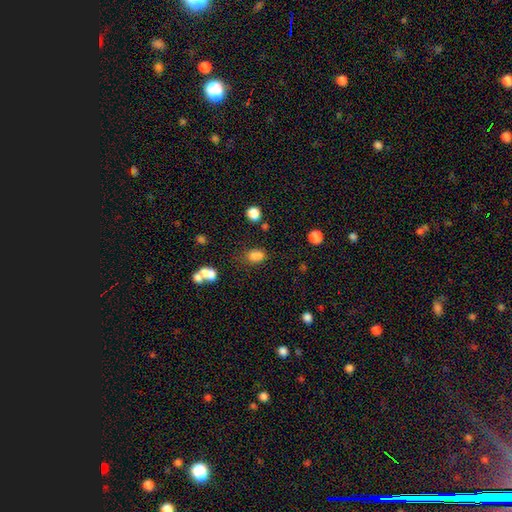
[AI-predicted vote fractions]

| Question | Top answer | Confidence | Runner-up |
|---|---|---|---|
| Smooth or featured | smooth | 77% | star or artifact (15%) |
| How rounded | in between | 73% | round (25%) |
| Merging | none | 55% | merger (19%) |